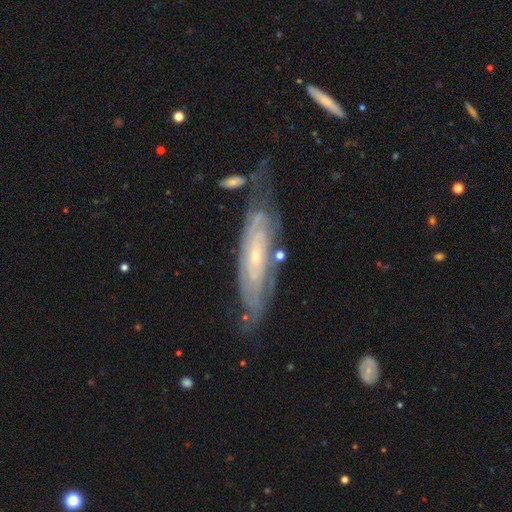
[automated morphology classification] Smooth or featured? Predicted: featured or disk (p=0.79). Edge-on disk? Predicted: no (p=0.78). Bar? Predicted: no (p=0.71). Spiral arms? Predicted: yes (p=0.87). Spiral winding? Predicted: tight (p=0.76). Spiral arm count? Predicted: can't tell (p=0.64). Bulge size? Predicted: small (p=0.80). Merging? Predicted: none (p=0.63).